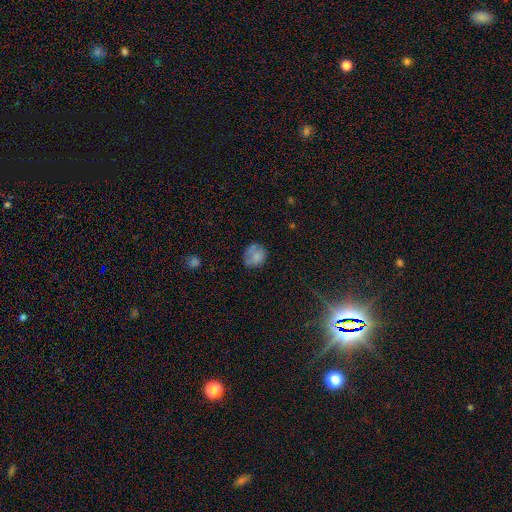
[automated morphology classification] Overall: smooth (74%). How rounded: round (72%). Merging: none (59%; minor disturbance 26%).